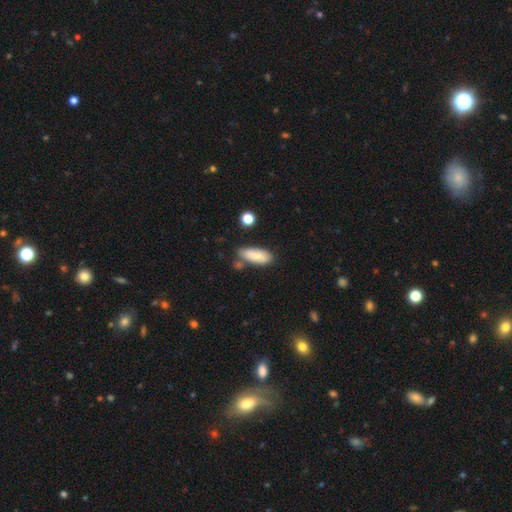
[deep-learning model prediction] Smooth or featured?
  - smooth: 83% *
  - featured or disk: 11%
  - star or artifact: 7%
How rounded?
  - in between: 75% *
  - cigar-shaped: 23%
  - round: 2%
Merging?
  - none: 64% *
  - minor disturbance: 20%
  - merger: 11%
  - major disturbance: 5%